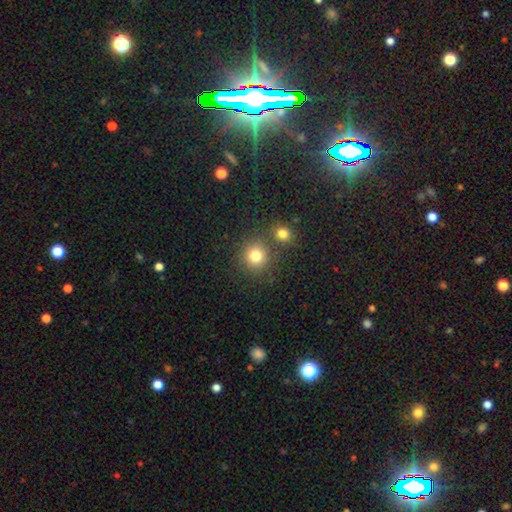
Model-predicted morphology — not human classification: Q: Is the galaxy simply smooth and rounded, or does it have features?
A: smooth — 80%.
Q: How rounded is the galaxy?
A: round — 91%.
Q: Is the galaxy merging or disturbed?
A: none — 74%.